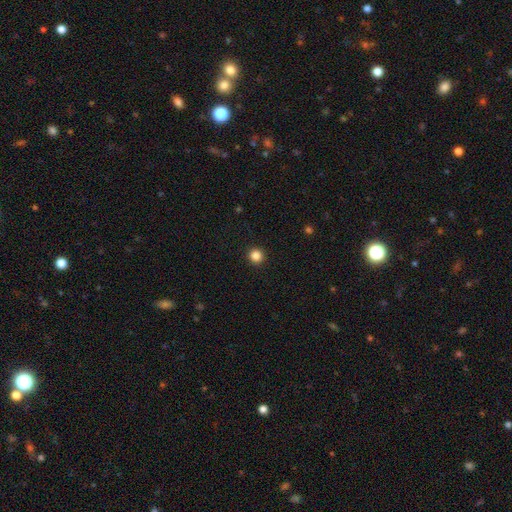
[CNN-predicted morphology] type=smooth (85%); roundness=round (96%); merging=none (94%).